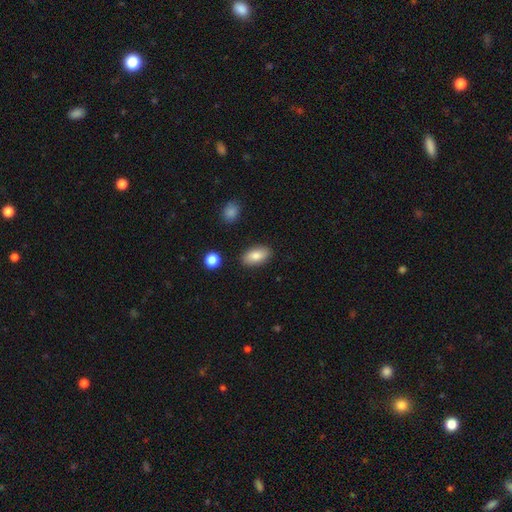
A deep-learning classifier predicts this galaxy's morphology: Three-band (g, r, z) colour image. It shows a smooth galaxy with no disk features (82%) that is in between round and cigar-shaped (92%). Merging: none (86%).